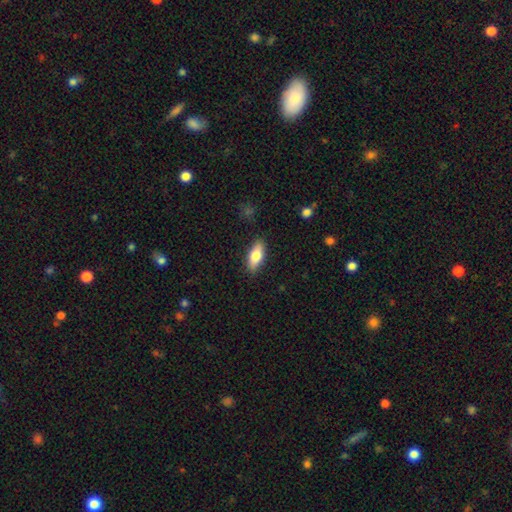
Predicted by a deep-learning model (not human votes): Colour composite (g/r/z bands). It shows a smooth galaxy with no disk features (76%) that is in between round and cigar-shaped (78%). Merging: none (87%).